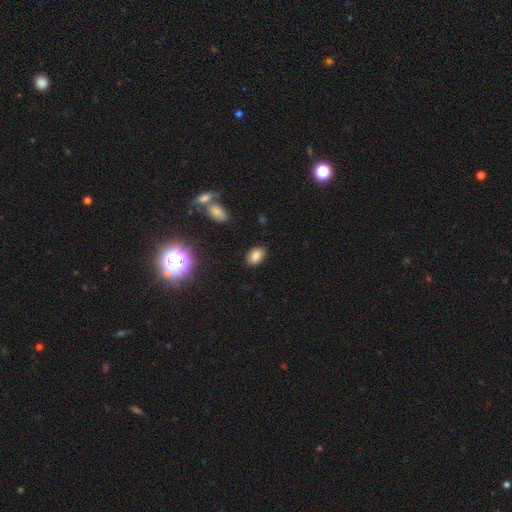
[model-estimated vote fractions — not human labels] A smooth galaxy with no disk features (82%) that is in between round and cigar-shaped (84%). Merging: none (85%).